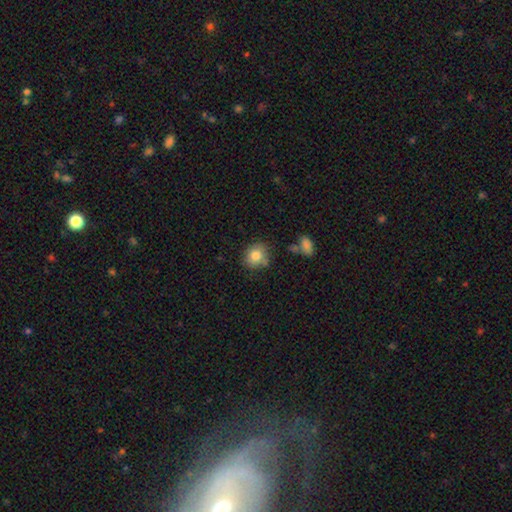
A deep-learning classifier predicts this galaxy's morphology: Overall: smooth (82%). How rounded: round (77%). Merging: none (74%).